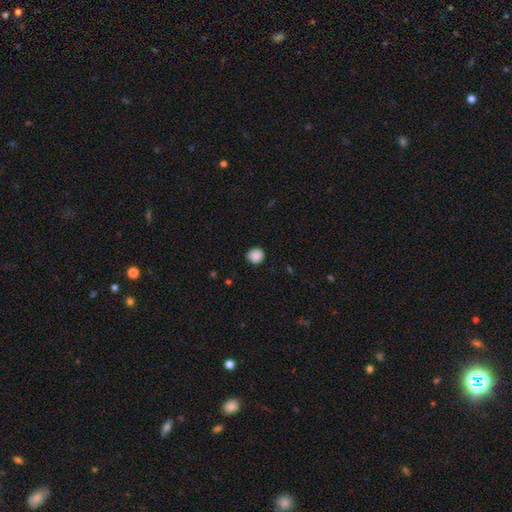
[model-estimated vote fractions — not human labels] Smooth or featured? smooth (88%)
How rounded? round (86%)
Merging? none (83%)